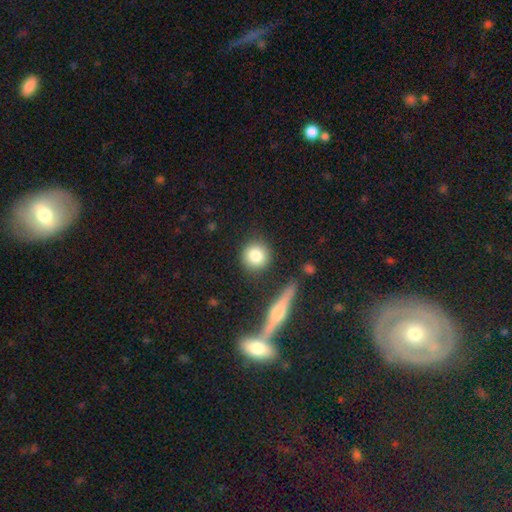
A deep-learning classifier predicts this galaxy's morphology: The model was most divided on "smooth or featured": smooth: 82%, featured or disk: 10%, star or artifact: 8%. More confident: how rounded — round (90%); merging — none (83%).